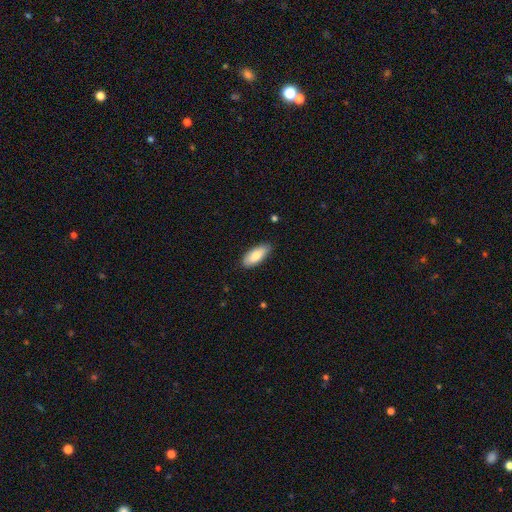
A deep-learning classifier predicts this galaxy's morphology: This appears to be a smooth galaxy with no disk features (83%) that is in between round and cigar-shaped (80%). Merging: none (84%).